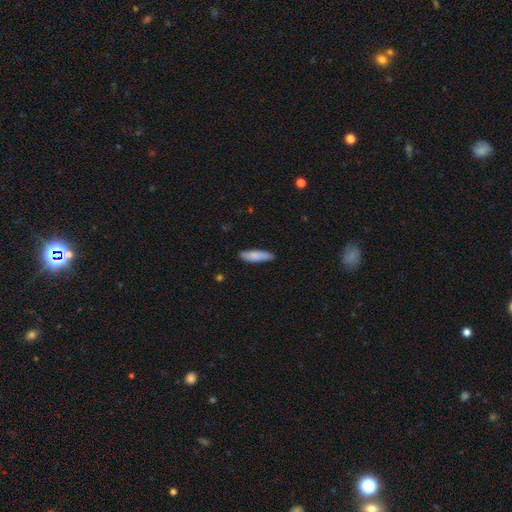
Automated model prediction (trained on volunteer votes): This appears to be a smooth galaxy with no disk features (84%) that is cigar-shaped (64%). Merging: none (86%).